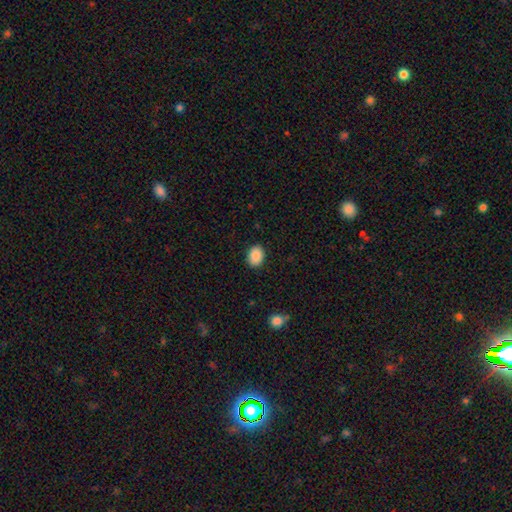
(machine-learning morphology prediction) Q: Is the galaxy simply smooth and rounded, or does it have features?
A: smooth — 90%.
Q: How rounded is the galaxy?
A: in between — 73%.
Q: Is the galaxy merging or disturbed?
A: none — 89%.